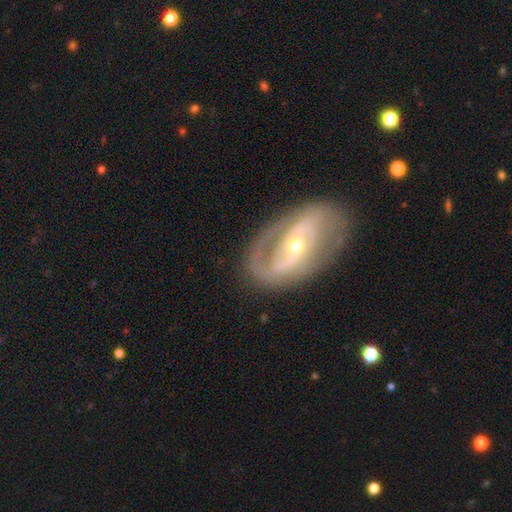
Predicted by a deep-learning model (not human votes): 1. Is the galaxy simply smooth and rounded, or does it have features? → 84% featured or disk, 10% smooth, 6% star or artifact.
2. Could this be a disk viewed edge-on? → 94% no, 6% yes.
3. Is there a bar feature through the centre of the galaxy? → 41% strong, 33% weak, 26% no.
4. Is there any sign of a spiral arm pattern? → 85% yes, 15% no.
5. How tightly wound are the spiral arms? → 44% medium, 33% tight, 22% loose.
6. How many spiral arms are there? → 77% 2, 12% can't tell, 6% 1, 3% 3, 1% 4, 1% more than 4.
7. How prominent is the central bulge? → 59% small, 37% moderate, 2% large, 1% dominant, 1% none.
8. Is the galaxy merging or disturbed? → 75% none, 15% minor disturbance, 9% major disturbance, 2% merger.